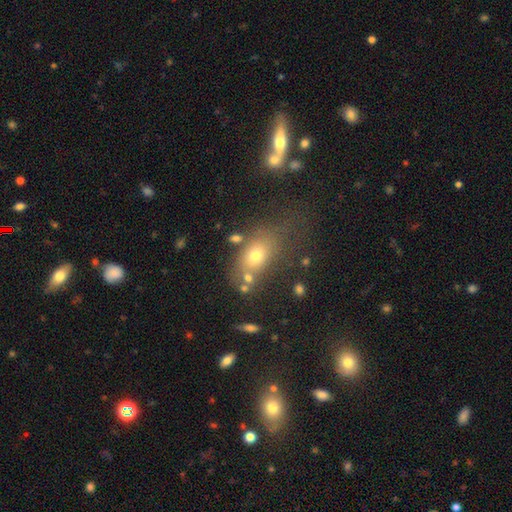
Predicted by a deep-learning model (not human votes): A smooth galaxy with no disk features (67%) that is in between round and cigar-shaped (73%). Merging: none (58%).